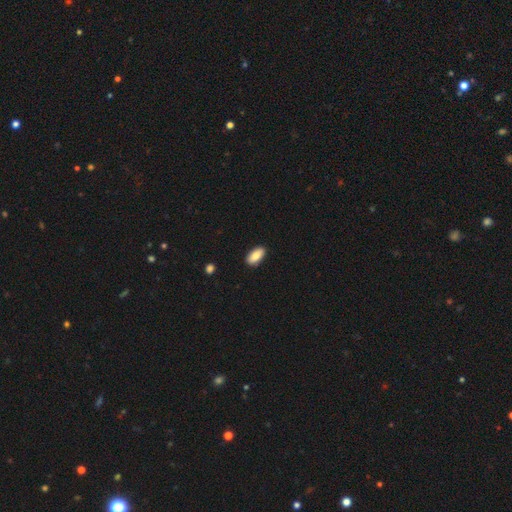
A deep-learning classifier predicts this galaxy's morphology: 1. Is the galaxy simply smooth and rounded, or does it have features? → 86% smooth, 8% featured or disk, 7% star or artifact.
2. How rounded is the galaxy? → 91% in between, 6% cigar-shaped, 2% round.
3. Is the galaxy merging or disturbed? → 89% none, 8% minor disturbance, 2% major disturbance, 1% merger.